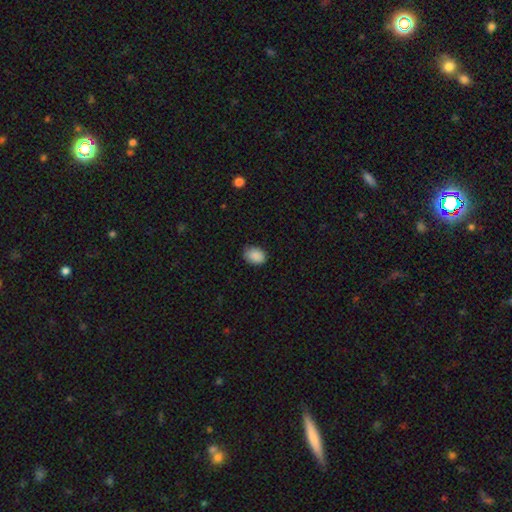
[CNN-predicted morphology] A smooth galaxy with no disk features (89%) that is in between round and cigar-shaped (71%). Merging: none (76%).